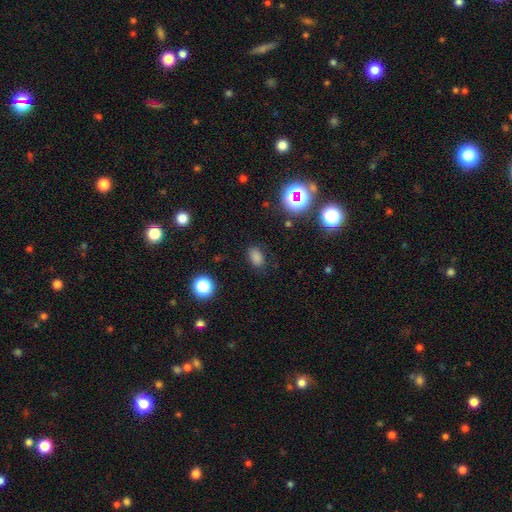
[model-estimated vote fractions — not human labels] smooth-or-featured: smooth: 77% | star or artifact: 18% | featured or disk: 5%
  how-rounded: in between: 82% | round: 16% | cigar-shaped: 2%
  merging: none: 82% | minor disturbance: 13% | major disturbance: 4% | merger: 2%